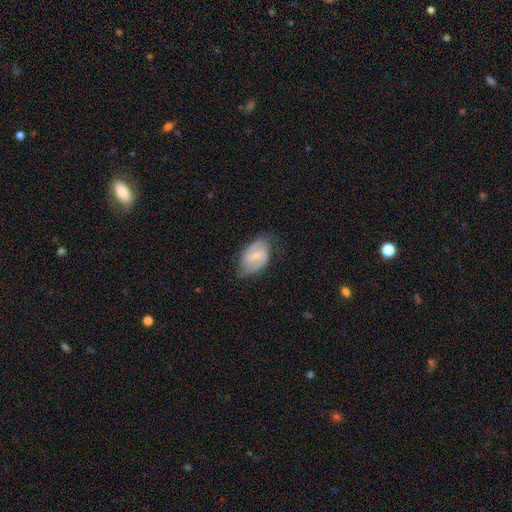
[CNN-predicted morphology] The model was most divided on "bulge size": small: 55%, moderate: 40%, none: 3%, large: 2%, dominant: 1%. More confident: edge-on disk — no (95%); spiral arms — yes (79%); merging — none (62%); smooth or featured — featured or disk (60%); bar — weak (51%).